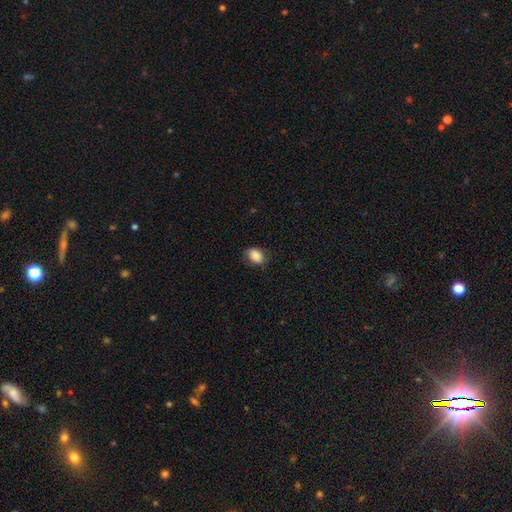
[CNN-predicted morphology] smooth 83%, featured or disk 9%, star or artifact 8%. Down the decision tree: how rounded — in between (73%); merging — none (74%).